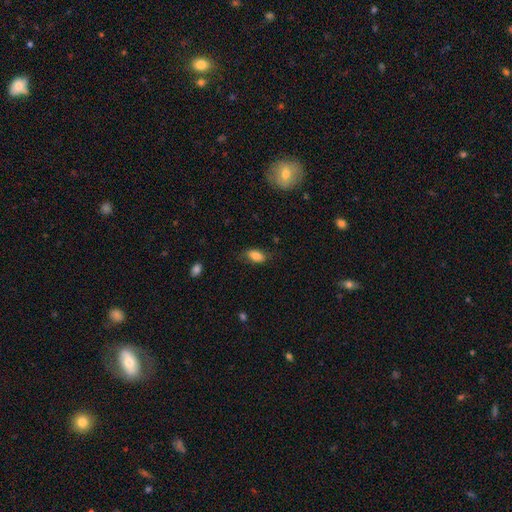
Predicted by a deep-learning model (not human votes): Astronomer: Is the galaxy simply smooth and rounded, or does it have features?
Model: smooth — 82%.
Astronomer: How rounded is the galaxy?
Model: in between — 89%.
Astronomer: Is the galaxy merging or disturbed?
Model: none — 71%.